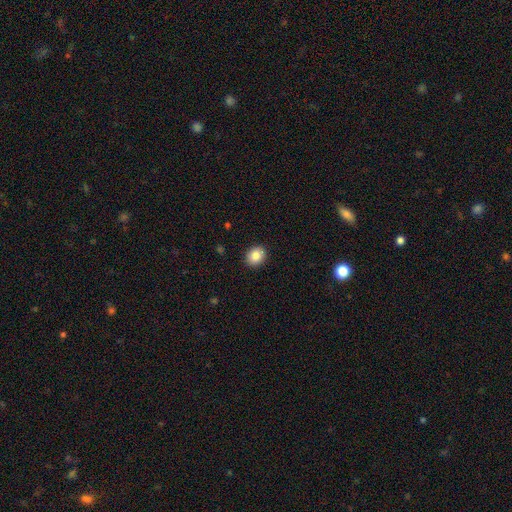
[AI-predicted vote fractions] Overall: smooth (85%). How rounded: round (59%; in between 40%). Merging: none (91%).